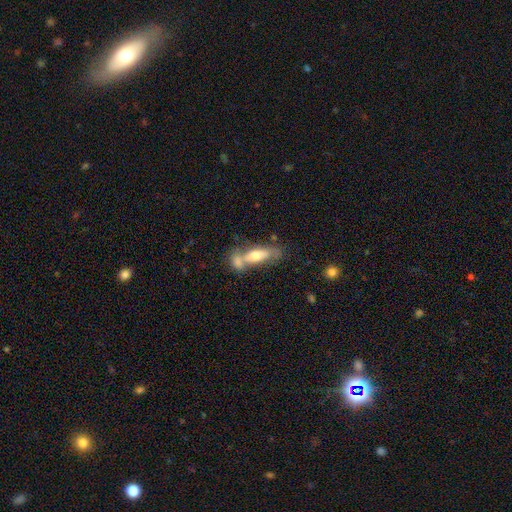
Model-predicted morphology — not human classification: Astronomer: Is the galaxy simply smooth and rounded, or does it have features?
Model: smooth — 60%.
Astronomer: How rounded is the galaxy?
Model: in between — 54% (runner-up: cigar-shaped, 43%).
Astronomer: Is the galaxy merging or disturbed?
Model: merger — 43% (runner-up: none, 38%).